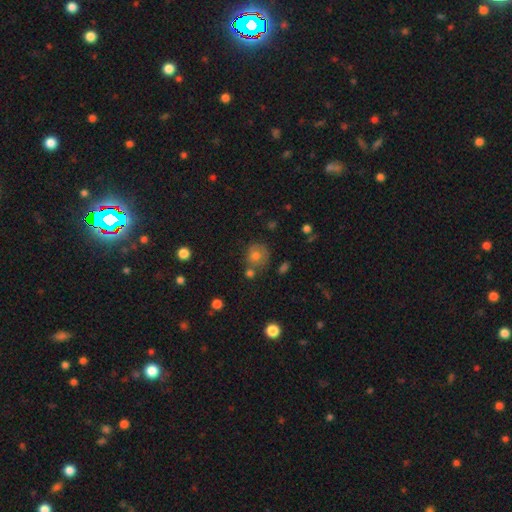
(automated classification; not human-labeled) smooth 70%, featured or disk 16%, star or artifact 14%. Down the decision tree: how rounded — round (81%); merging — none (62%).